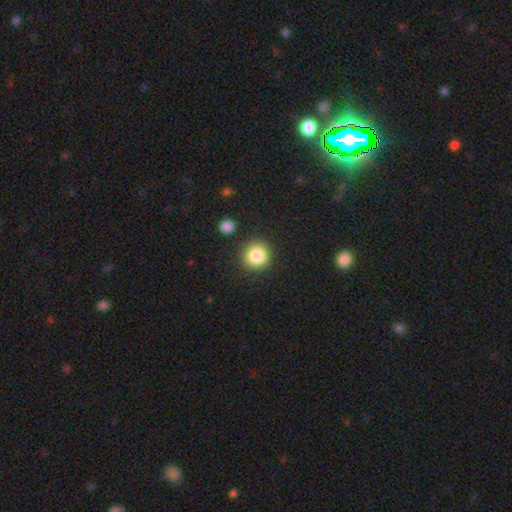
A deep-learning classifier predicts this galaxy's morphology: Smooth or featured? Predicted: smooth (p=0.86). How rounded? Predicted: round (p=0.92). Merging? Predicted: none (p=0.87).